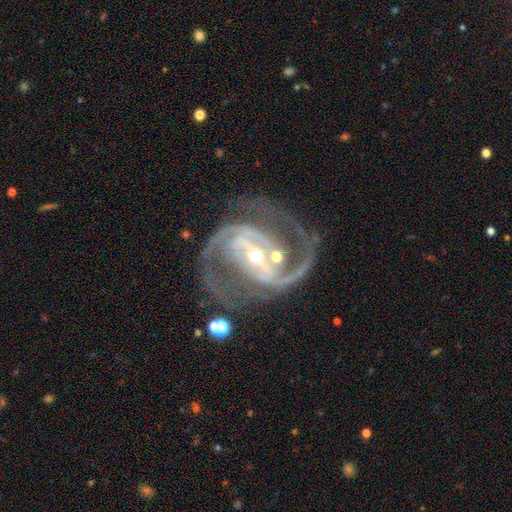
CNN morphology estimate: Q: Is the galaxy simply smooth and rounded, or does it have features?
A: featured or disk — 93%.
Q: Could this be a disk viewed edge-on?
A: no — 97%.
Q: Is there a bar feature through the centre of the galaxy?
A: strong — 66%.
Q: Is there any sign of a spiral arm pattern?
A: yes — 98%.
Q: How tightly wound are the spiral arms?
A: medium — 59%.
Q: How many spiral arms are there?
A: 2 — 85%.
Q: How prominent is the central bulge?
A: small — 60%.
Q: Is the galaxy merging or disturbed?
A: none — 64%.